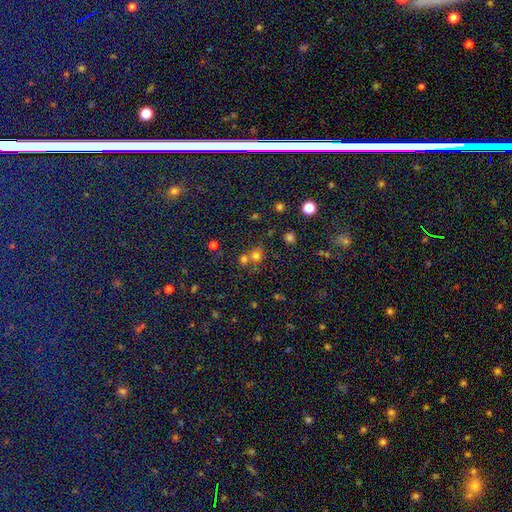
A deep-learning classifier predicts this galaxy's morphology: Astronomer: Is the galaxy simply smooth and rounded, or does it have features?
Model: smooth — 67%.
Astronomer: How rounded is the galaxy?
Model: round — 83%.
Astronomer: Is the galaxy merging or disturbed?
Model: none — 50% (runner-up: merger, 38%).